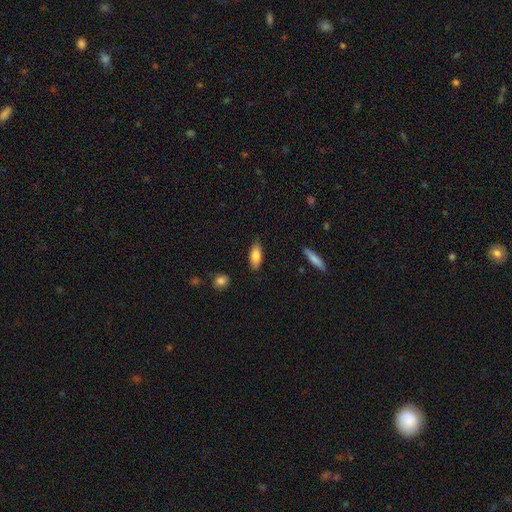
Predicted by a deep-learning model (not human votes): Overall: smooth (83%). How rounded: in between (80%). Merging: none (84%).